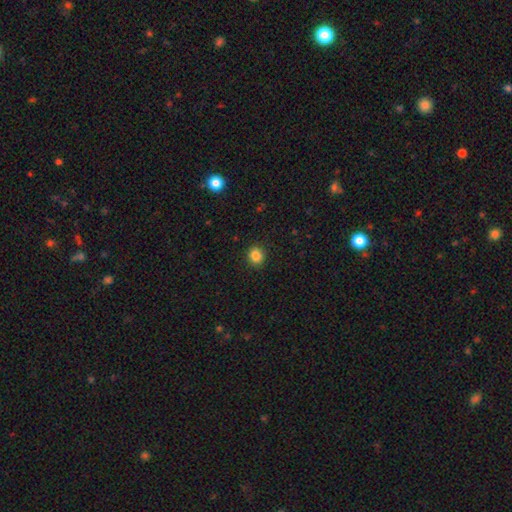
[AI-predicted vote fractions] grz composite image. It shows a smooth galaxy with no disk features (85%) that is round (85%). Merging: none (92%).